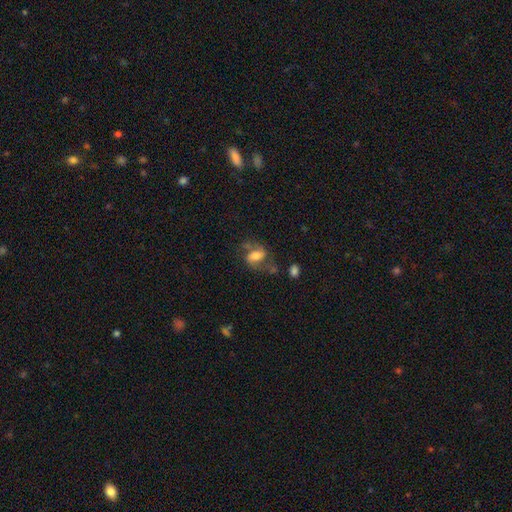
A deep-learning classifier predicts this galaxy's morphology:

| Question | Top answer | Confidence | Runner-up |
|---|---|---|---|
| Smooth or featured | featured or disk | 54% | smooth (37%) |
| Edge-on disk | no | 96% | yes (4%) |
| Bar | weak | 42% | no (35%) |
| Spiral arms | yes | 84% | no (16%) |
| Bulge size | moderate | 43% | large (29%) |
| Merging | none | 47% | major disturbance (23%) |